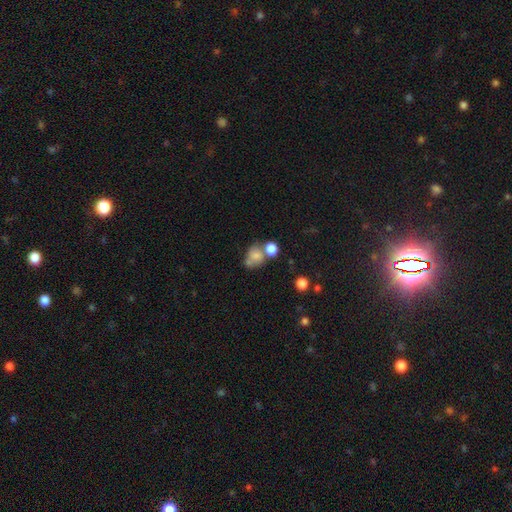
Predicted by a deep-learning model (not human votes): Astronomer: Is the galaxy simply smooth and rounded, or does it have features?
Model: smooth — 75%.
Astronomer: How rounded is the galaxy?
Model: round — 57% (runner-up: in between, 42%).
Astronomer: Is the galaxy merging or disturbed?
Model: merger — 41% (runner-up: none, 35%).